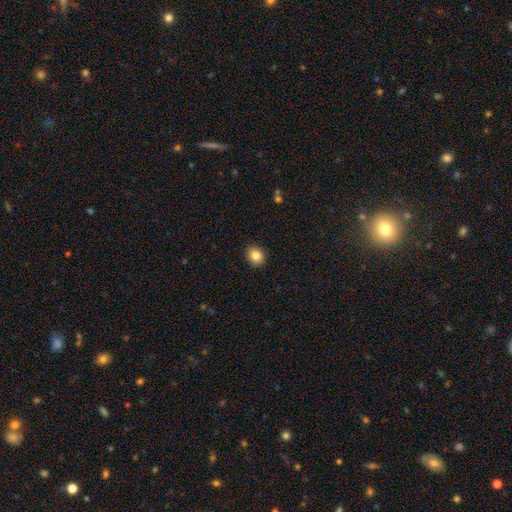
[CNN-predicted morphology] type=smooth (84%); roundness=round (64%); merging=none (91%).